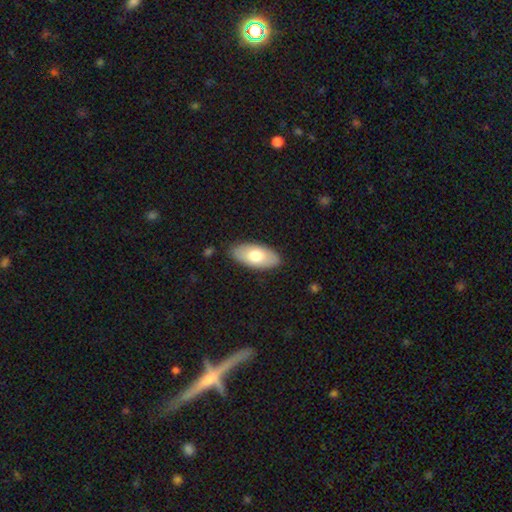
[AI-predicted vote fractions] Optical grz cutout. It shows a smooth galaxy with no disk features (70%) that is in between round and cigar-shaped (93%). Merging: none (86%).